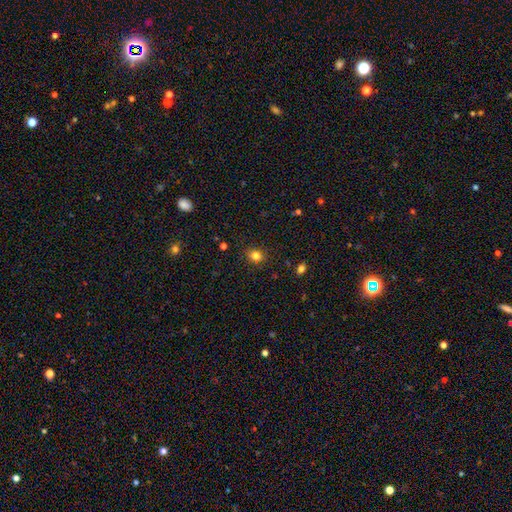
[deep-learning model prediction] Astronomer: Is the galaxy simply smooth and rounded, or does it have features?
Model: smooth — 81%.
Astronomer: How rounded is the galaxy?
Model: round — 64%.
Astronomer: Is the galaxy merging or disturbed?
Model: none — 87%.